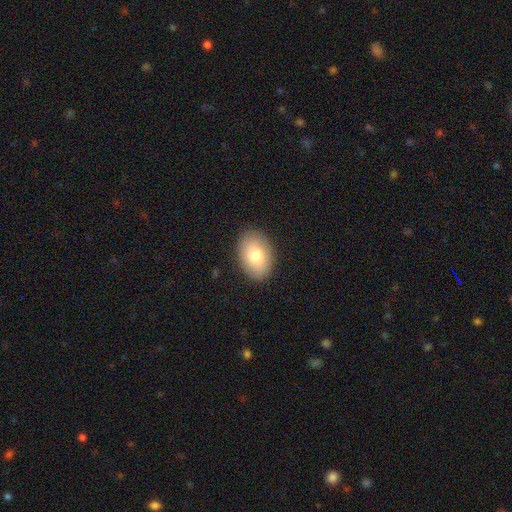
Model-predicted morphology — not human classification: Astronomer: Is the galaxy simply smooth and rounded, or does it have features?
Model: smooth — 79%.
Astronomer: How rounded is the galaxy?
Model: in between — 86%.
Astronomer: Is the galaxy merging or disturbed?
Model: none — 88%.